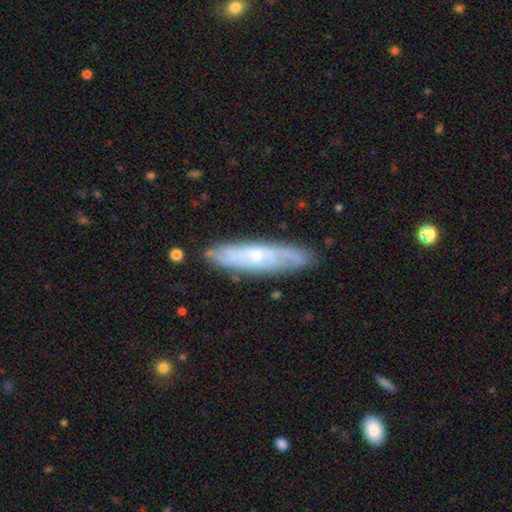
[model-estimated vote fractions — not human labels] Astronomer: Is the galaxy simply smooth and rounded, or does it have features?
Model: featured or disk — 68%.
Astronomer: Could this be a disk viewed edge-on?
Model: no — 63%.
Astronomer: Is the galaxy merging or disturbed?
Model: none — 81%.